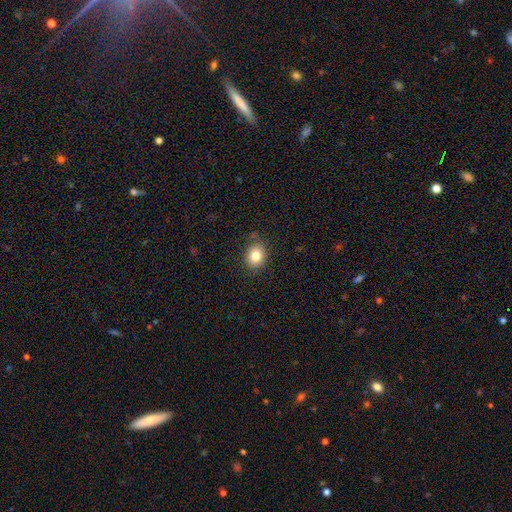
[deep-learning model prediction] Smooth or featured: smooth — 82% (star or artifact — 10%)
How rounded: round — 52% (in between — 47%)
Merging: none — 83% (minor disturbance — 12%)